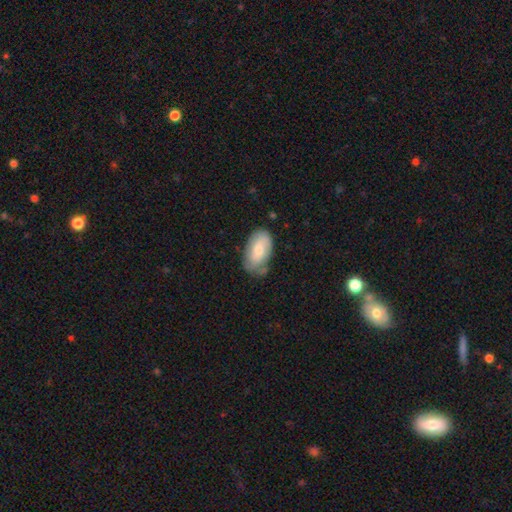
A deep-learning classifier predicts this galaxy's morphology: smooth 67%, featured or disk 26%, star or artifact 7%. Down the decision tree: how rounded — in between (94%); merging — none (61%).